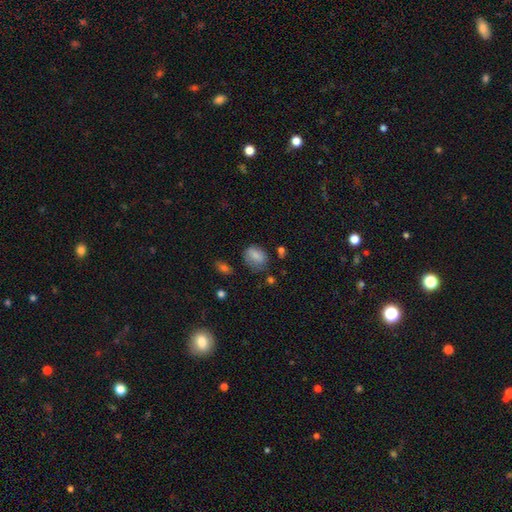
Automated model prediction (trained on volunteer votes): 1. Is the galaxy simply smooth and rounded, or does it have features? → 76% smooth, 15% featured or disk, 9% star or artifact.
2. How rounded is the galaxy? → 59% in between, 40% round, 1% cigar-shaped.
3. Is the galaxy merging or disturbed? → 60% none, 28% minor disturbance, 9% major disturbance, 3% merger.